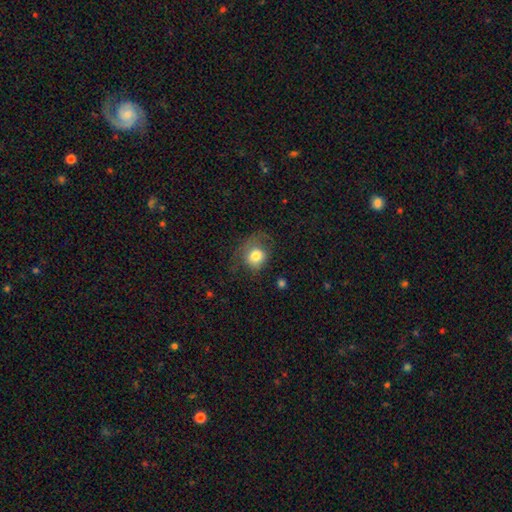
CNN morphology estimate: This is likely a smooth galaxy (77%). How rounded: likely round (70%). Merging: possibly none (47%).